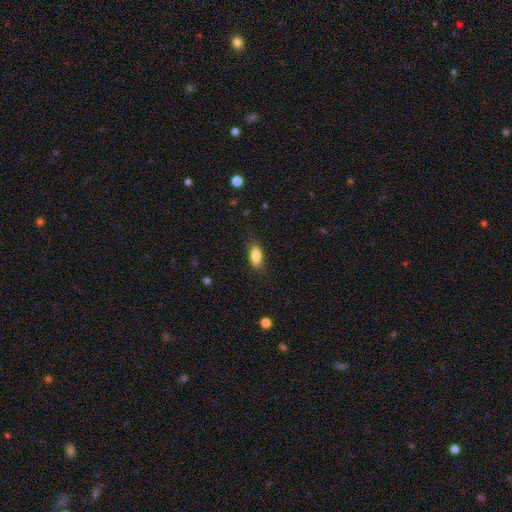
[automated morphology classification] Smooth or featured?
  - smooth: 84% *
  - featured or disk: 9%
  - star or artifact: 7%
How rounded?
  - in between: 82% *
  - cigar-shaped: 15%
  - round: 3%
Merging?
  - none: 82% *
  - minor disturbance: 14%
  - major disturbance: 3%
  - merger: 1%